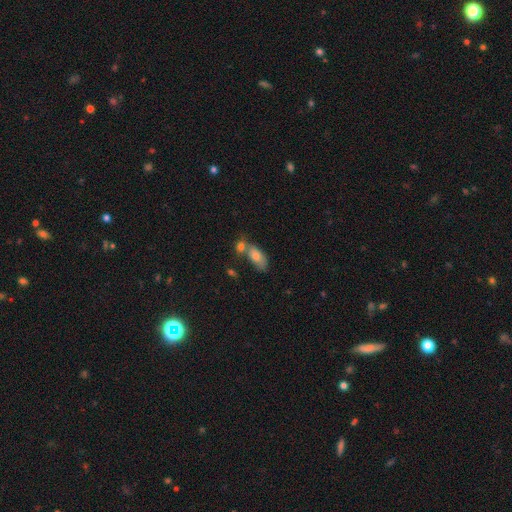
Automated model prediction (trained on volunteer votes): The model was most divided on "merging": merger: 42%, none: 37%, minor disturbance: 15%, major disturbance: 6%. More confident: how rounded — in between (86%); smooth or featured — smooth (69%).